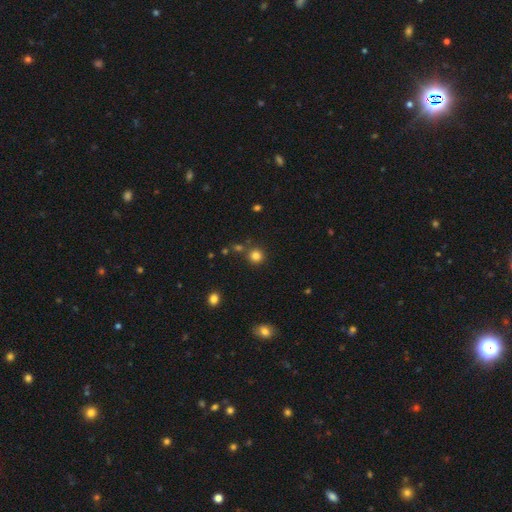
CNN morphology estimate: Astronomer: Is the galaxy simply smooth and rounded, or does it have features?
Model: smooth — 81%.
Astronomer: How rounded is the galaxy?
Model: round — 92%.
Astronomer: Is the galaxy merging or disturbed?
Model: none — 80%.